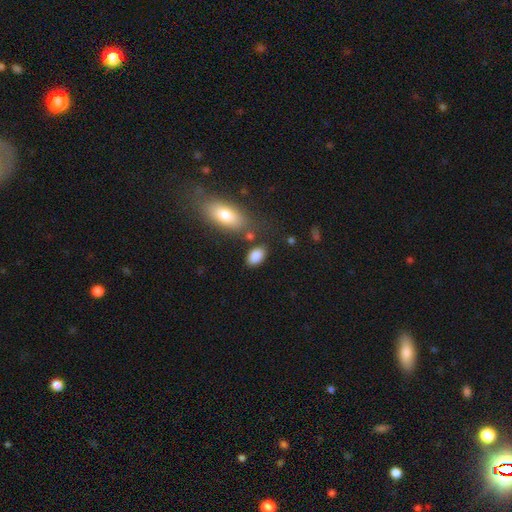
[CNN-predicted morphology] A smooth galaxy with no disk features (87%) that is in between round and cigar-shaped (89%). Merging: none (74%).